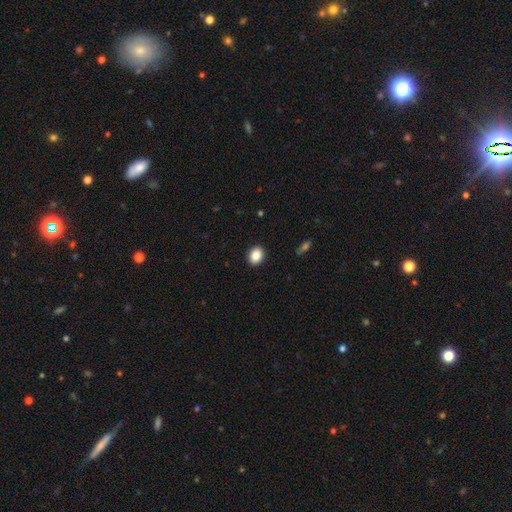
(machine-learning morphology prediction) Q: Smooth or featured?
A: smooth (88%); runner-up: star or artifact (8%)
Q: How rounded?
A: in between (50%); runner-up: round (49%)
Q: Merging?
A: none (91%); runner-up: minor disturbance (6%)